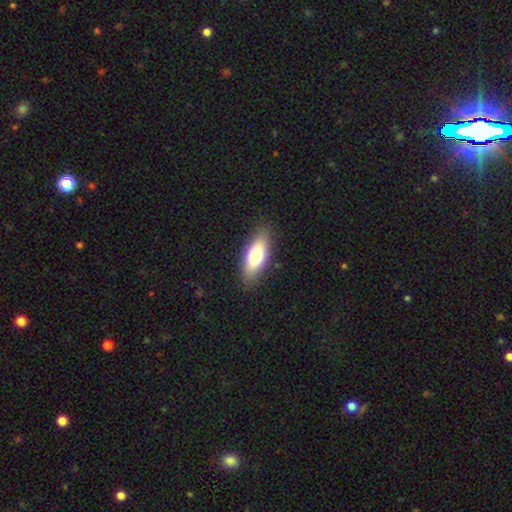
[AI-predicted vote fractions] smooth 71%, featured or disk 22%, star or artifact 7%. Down the decision tree: how rounded — in between (72%); merging — none (85%).